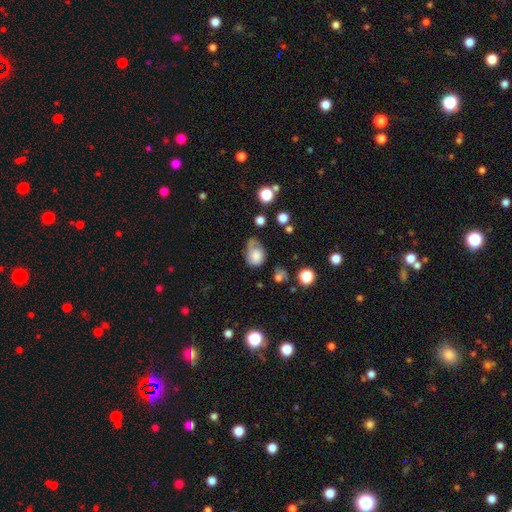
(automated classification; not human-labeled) Smooth or featured?
  - smooth: 70% *
  - featured or disk: 20%
  - star or artifact: 10%
How rounded?
  - in between: 61% *
  - round: 37%
  - cigar-shaped: 1%
Merging?
  - minor disturbance: 37% *
  - none: 30%
  - major disturbance: 26%
  - merger: 6%